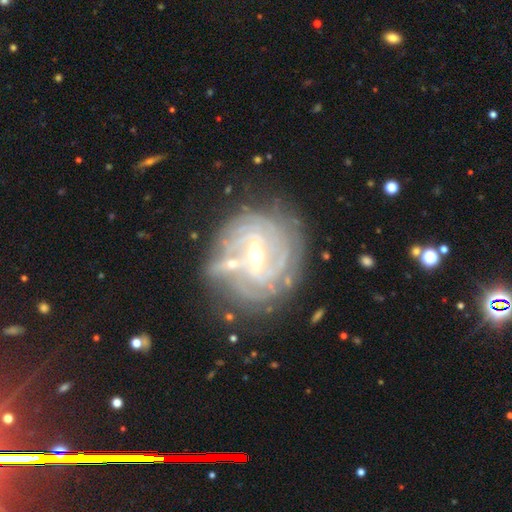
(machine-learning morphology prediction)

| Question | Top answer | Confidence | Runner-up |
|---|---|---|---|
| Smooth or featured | featured or disk | 88% | smooth (7%) |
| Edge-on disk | no | 96% | yes (4%) |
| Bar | strong | 45% | weak (44%) |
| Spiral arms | yes | 94% | no (6%) |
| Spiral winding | tight | 74% | medium (21%) |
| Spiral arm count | can't tell | 35% | 4 (19%) |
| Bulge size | moderate | 57% | small (38%) |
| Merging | none | 67% | minor disturbance (17%) |